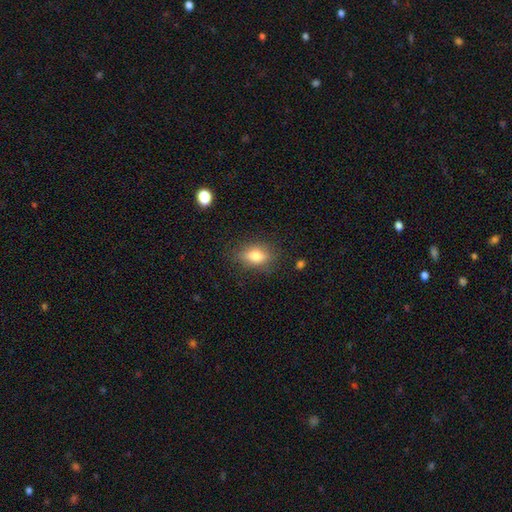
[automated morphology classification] type=smooth (75%); roundness=in between (78%); merging=none (80%).